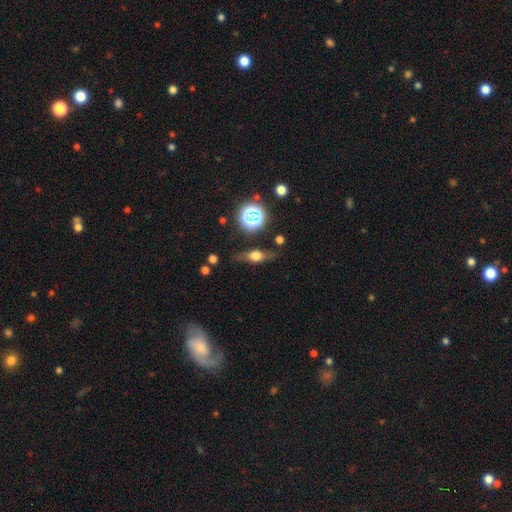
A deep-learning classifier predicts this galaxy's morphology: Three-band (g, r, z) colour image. It shows a smooth galaxy with no disk features (44%). Merging: none (71%).